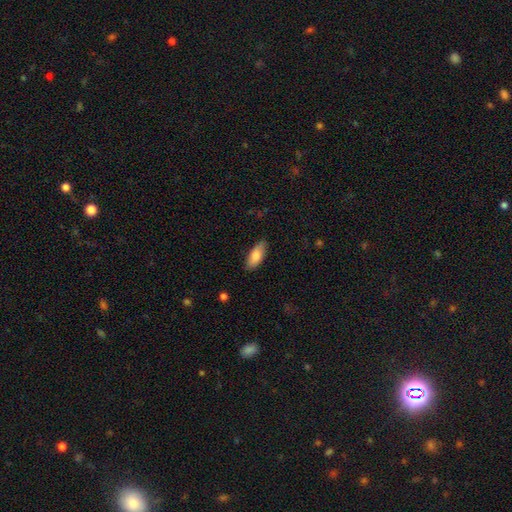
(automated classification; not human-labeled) Smooth or featured? smooth (83%)
How rounded? in between (79%)
Merging? none (83%)